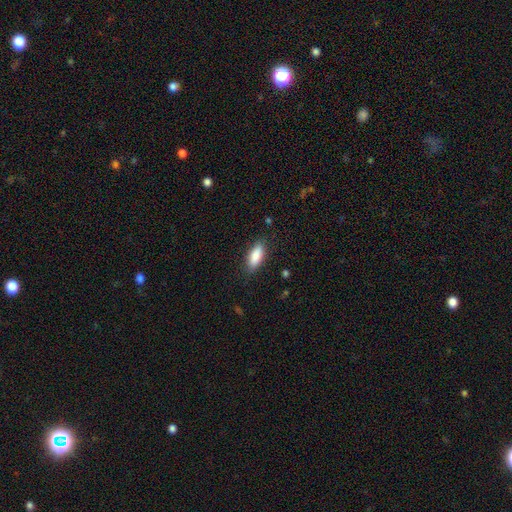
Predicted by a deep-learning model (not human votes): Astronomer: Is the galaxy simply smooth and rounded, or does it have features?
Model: smooth — 86%.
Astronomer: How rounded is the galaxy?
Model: in between — 80%.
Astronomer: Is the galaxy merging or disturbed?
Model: none — 85%.